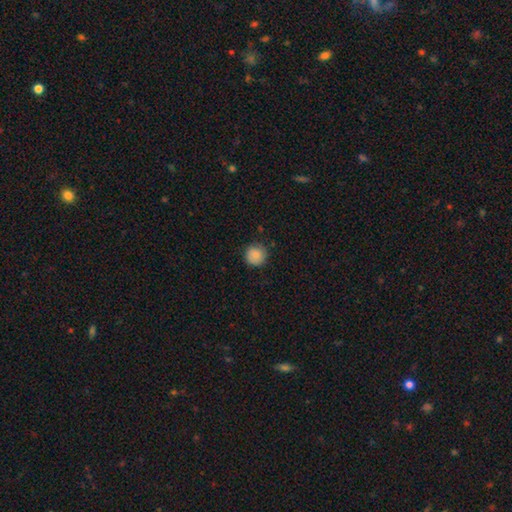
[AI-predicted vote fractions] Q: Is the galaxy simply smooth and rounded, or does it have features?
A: smooth — 85%.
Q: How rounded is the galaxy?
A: round — 94%.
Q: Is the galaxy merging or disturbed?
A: none — 85%.